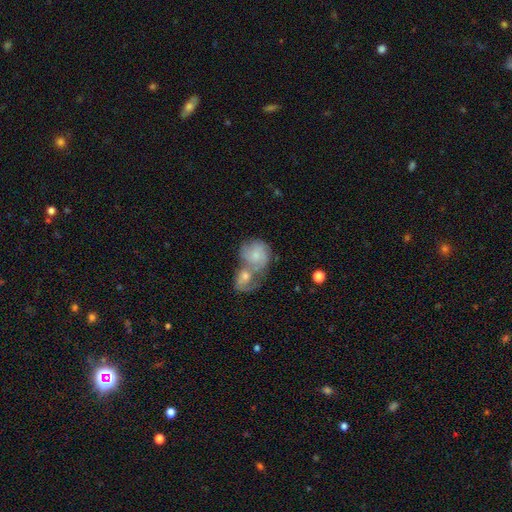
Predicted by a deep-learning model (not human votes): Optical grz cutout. It shows a featured or disk galaxy (51%). Merging: merger (72%).